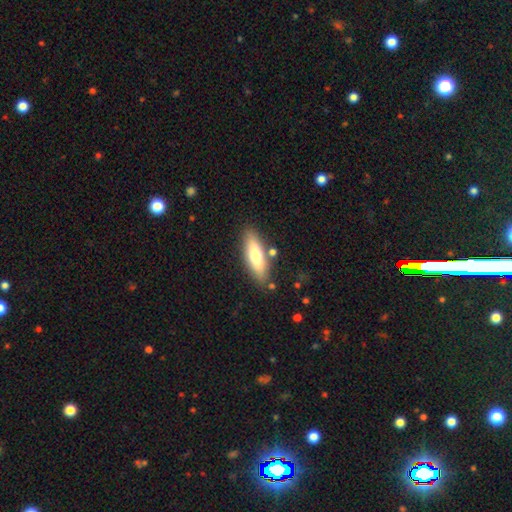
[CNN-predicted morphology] This is likely a smooth galaxy (70%). How rounded: possibly cigar-shaped (53%). Merging: clearly none (80%).